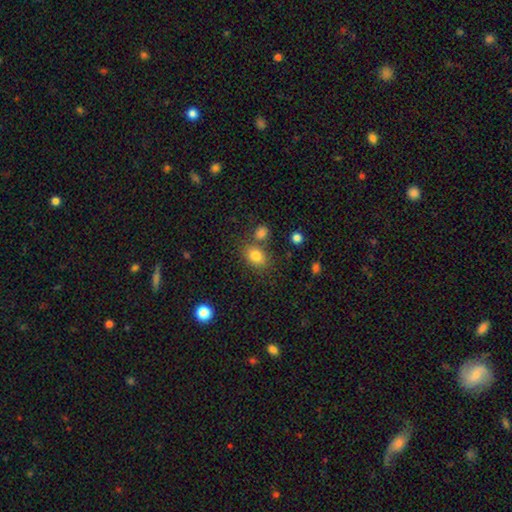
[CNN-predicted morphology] Smooth or featured? Predicted: smooth (p=0.81). How rounded? Predicted: in between (p=0.68). Merging? Predicted: none (p=0.67).